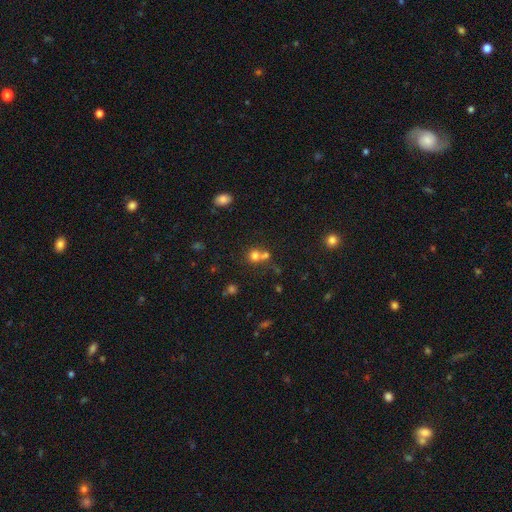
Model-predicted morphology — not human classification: The model was most divided on "merging": merger: 46%, none: 43%, minor disturbance: 7%, major disturbance: 4%. More confident: how rounded — round (84%); smooth or featured — smooth (72%).